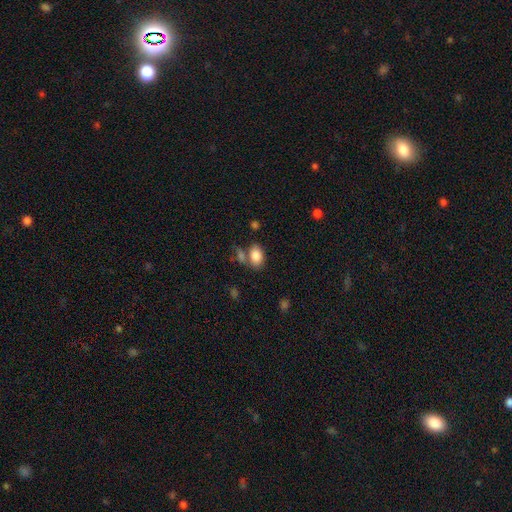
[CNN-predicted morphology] type=smooth (85%); roundness=in between (87%); merging=none (59%).